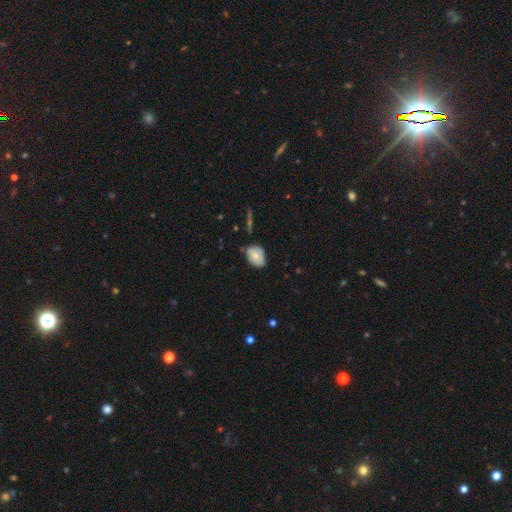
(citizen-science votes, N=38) Smooth or featured? smooth (63%)
How rounded? in between (71%)
Merging? none (49%)